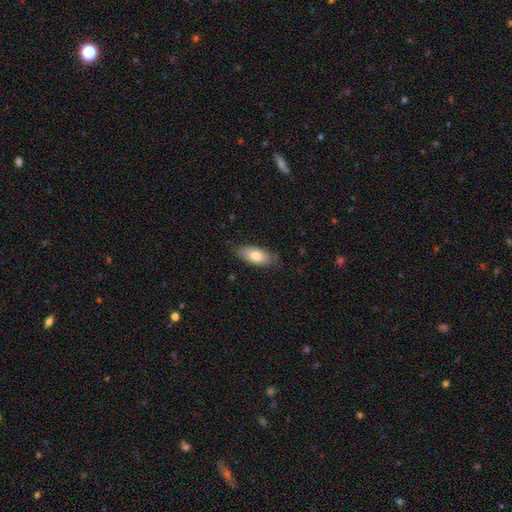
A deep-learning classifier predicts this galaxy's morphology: The model was most divided on "smooth or featured": smooth: 75%, featured or disk: 19%, star or artifact: 6%. More confident: how rounded — in between (88%); merging — none (80%).